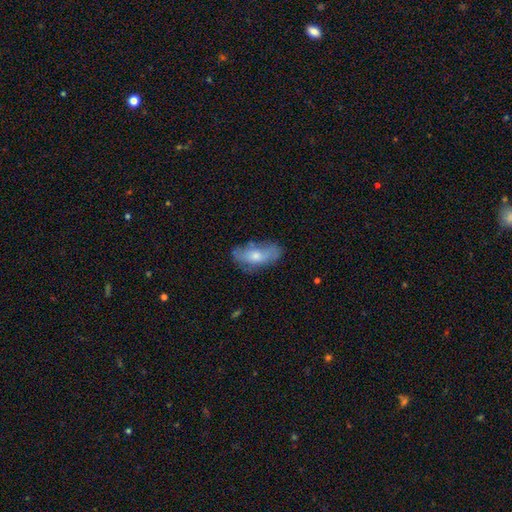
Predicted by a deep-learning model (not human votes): A smooth galaxy with no disk features (55%) that is in between round and cigar-shaped (83%). Merging: none (58%).